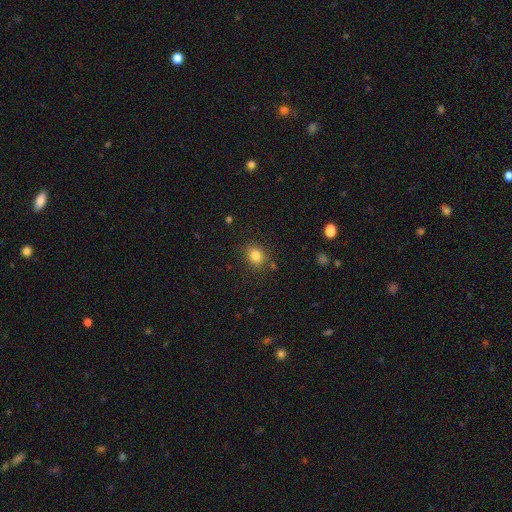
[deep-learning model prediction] Overall: smooth (82%). How rounded: round (57%; in between 42%). Merging: none (82%).